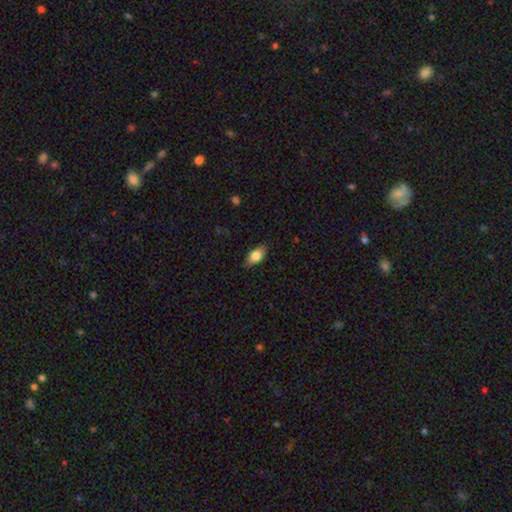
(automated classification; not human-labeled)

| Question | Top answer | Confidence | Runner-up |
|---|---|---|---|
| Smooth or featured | smooth | 80% | featured or disk (13%) |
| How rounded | in between | 89% | cigar-shaped (7%) |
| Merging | none | 84% | minor disturbance (12%) |